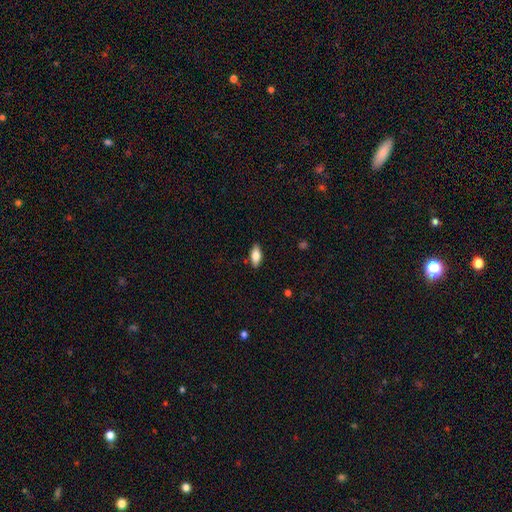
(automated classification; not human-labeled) A smooth galaxy with no disk features (80%) that is in between round and cigar-shaped (87%). Merging: none (88%).